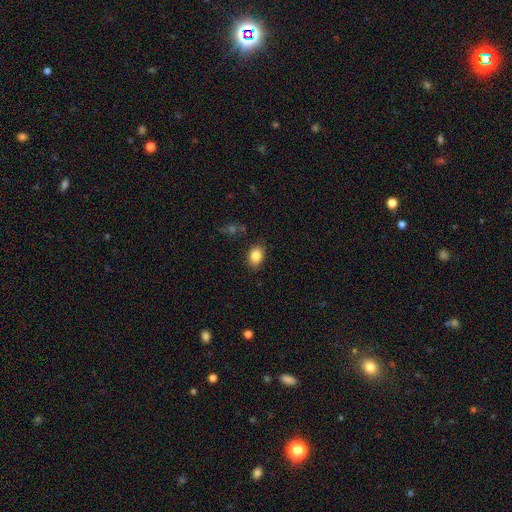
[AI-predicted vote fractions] This is clearly a smooth galaxy (85%). How rounded: likely in between (72%). Merging: clearly none (84%).